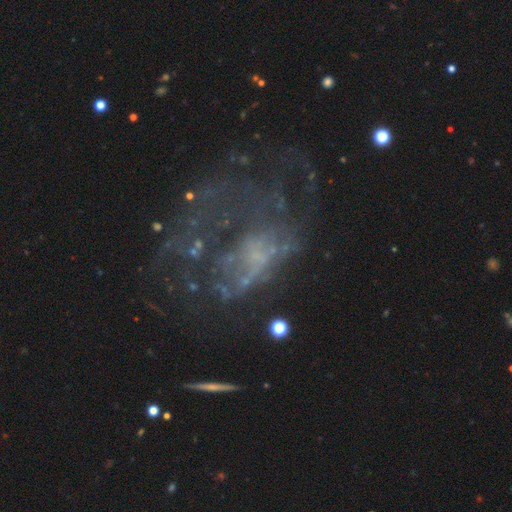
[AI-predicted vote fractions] Smooth or featured? featured or disk (62%)
Edge-on disk? no (97%)
Bar? no (86%)
Spiral arms? no (75%)
Bulge size? none (66%)
Merging? major disturbance (51%)